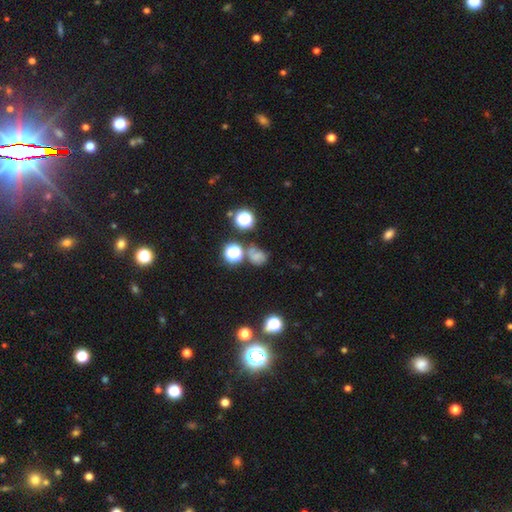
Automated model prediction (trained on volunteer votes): Smooth or featured? Predicted: smooth (p=0.54). How rounded? Predicted: round (p=0.65). Merging? Predicted: none (p=0.48).